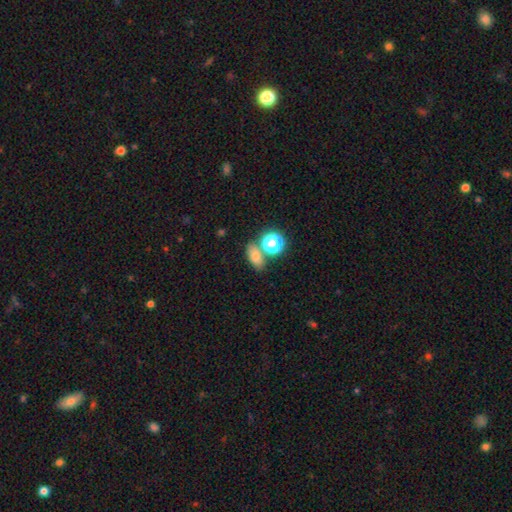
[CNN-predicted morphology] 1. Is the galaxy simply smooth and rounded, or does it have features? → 71% smooth, 18% star or artifact, 11% featured or disk.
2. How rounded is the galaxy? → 73% in between, 23% round, 4% cigar-shaped.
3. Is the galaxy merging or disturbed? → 65% none, 20% merger, 11% minor disturbance, 4% major disturbance.